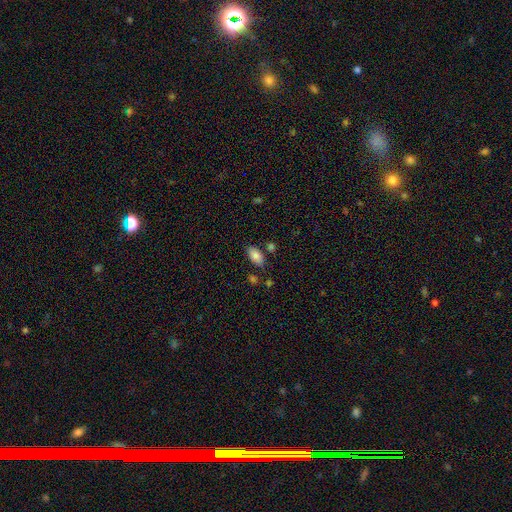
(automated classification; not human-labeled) A smooth galaxy with no disk features (84%) that is in between round and cigar-shaped (93%).

Vote fractions:
- Smooth or featured? smooth: 84% / featured or disk: 8% / star or artifact: 8%
- How rounded? in between: 93% / round: 4% / cigar-shaped: 3%
- Merging? none: 78% / minor disturbance: 13% / merger: 6% / major disturbance: 3%